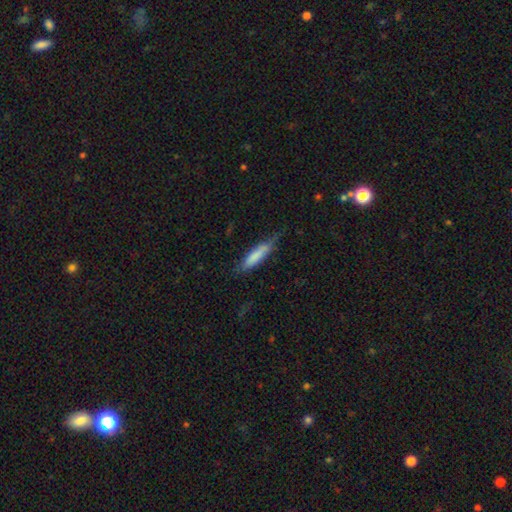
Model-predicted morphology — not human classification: smooth_or_featured: smooth (p=0.71) [alt: featured or disk p=0.22]
how_rounded: cigar-shaped (p=0.75) [alt: in between p=0.23]
merging: none (p=0.59) [alt: minor disturbance p=0.29]